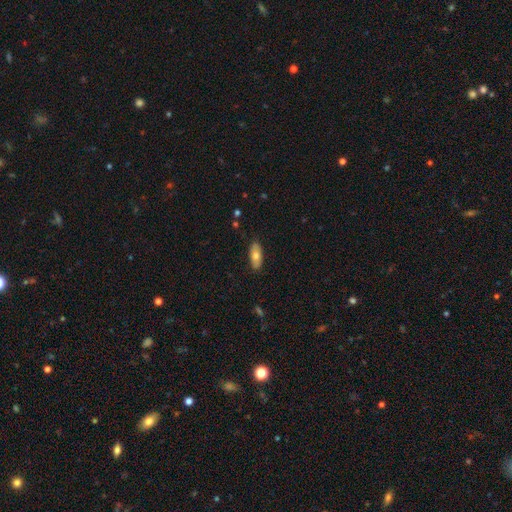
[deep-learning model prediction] The model was most divided on "smooth or featured": smooth: 72%, featured or disk: 22%, star or artifact: 6%. More confident: merging — none (87%); how rounded — in between (84%).